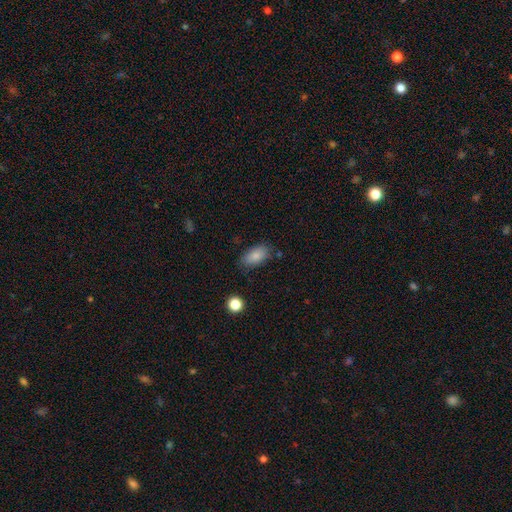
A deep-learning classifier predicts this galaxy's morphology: smooth 85%, star or artifact 8%, featured or disk 7%. Down the decision tree: how rounded — in between (92%); merging — none (78%).